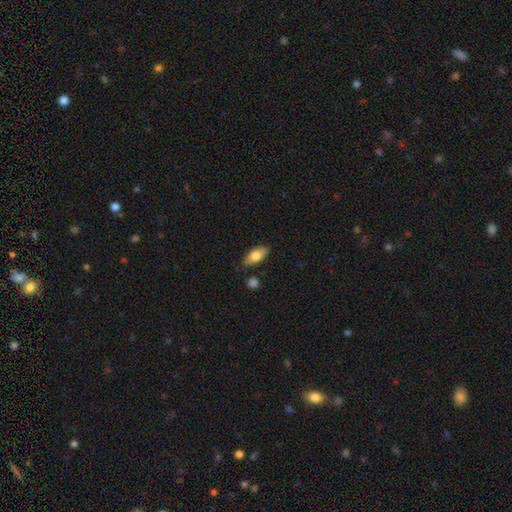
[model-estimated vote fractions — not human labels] smooth 79%, featured or disk 15%, star or artifact 6%. Down the decision tree: how rounded — in between (89%); merging — none (82%).